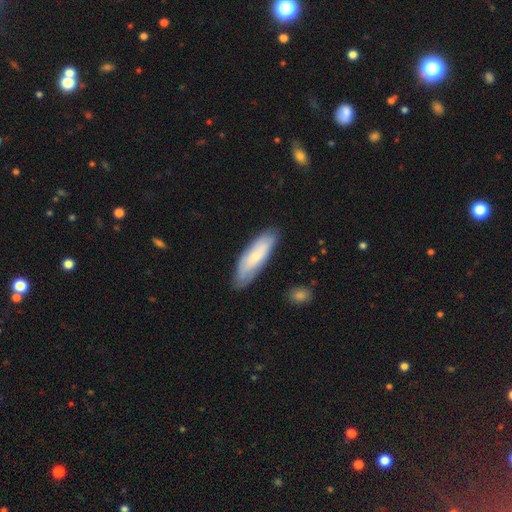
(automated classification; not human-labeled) Smooth or featured: smooth — 60% (featured or disk — 34%)
How rounded: in between — 49% (tied with cigar-shaped — 49%)
Merging: none — 81% (minor disturbance — 15%)